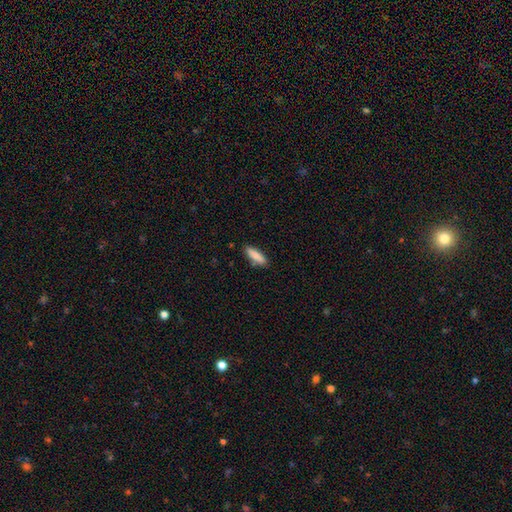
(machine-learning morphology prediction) A smooth galaxy with no disk features (84%) that is cigar-shaped (52%).

Vote fractions:
- Smooth or featured? smooth: 84% / featured or disk: 10% / star or artifact: 6%
- How rounded? cigar-shaped: 52% / in between: 46% / round: 2%
- Merging? none: 85% / minor disturbance: 11% / merger: 2% / major disturbance: 2%